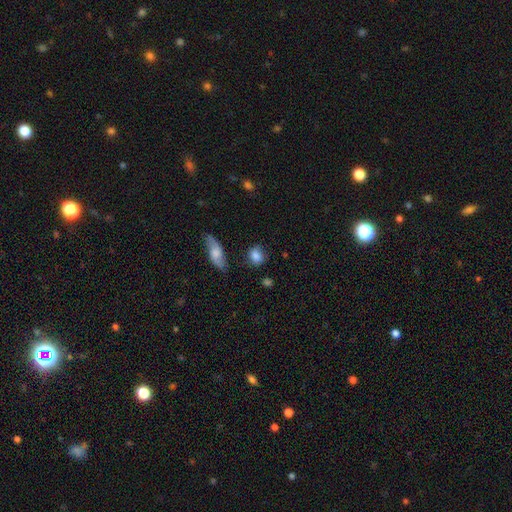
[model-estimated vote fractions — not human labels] smooth-or-featured: smooth: 81% | featured or disk: 11% | star or artifact: 8%
  how-rounded: round: 50% | in between: 47% | cigar-shaped: 3%
  merging: none: 71% | minor disturbance: 19% | major disturbance: 5% | merger: 5%